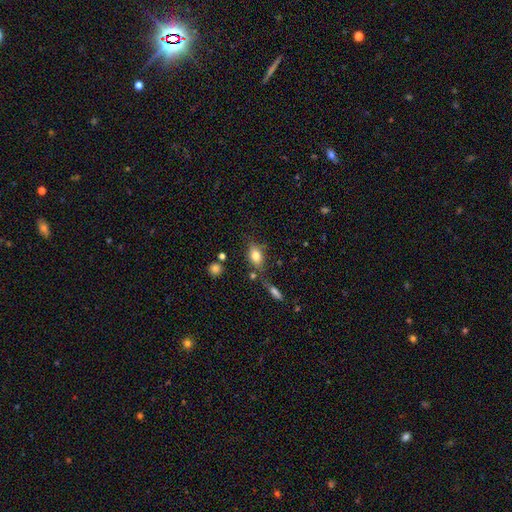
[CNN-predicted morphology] This is likely a smooth galaxy (79%). How rounded: clearly in between (80%). Merging: likely none (65%).